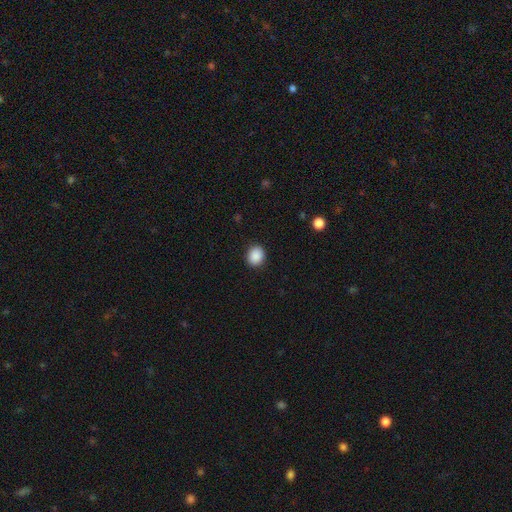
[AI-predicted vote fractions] Smooth or featured: smooth — 89% (star or artifact — 8%)
How rounded: round — 65% (in between — 34%)
Merging: none — 90% (minor disturbance — 7%)